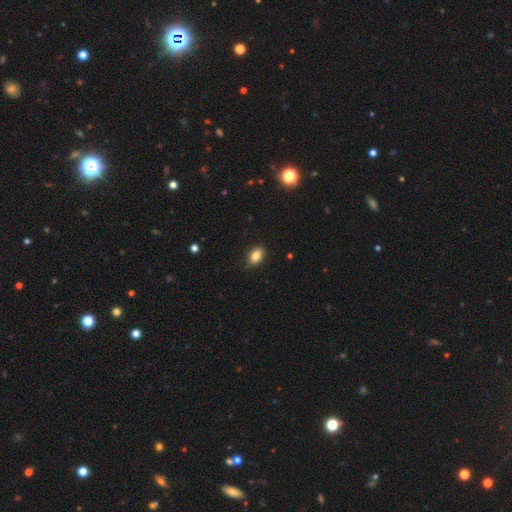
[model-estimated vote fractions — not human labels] smooth 84%, star or artifact 9%, featured or disk 7%. Down the decision tree: how rounded — in between (86%); merging — none (82%).